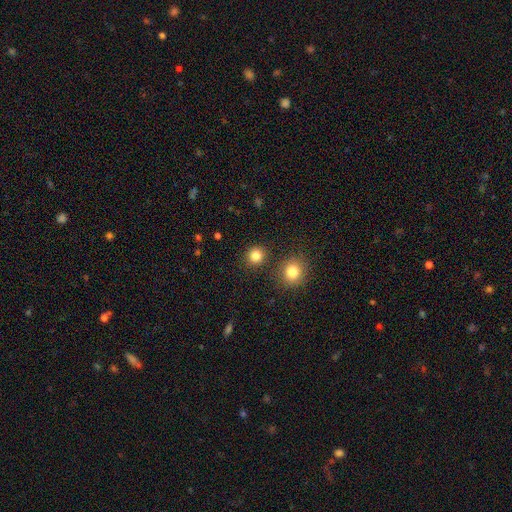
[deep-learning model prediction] The model was most divided on "smooth or featured": smooth: 84%, star or artifact: 12%, featured or disk: 4%. More confident: how rounded — round (89%); merging — none (87%).